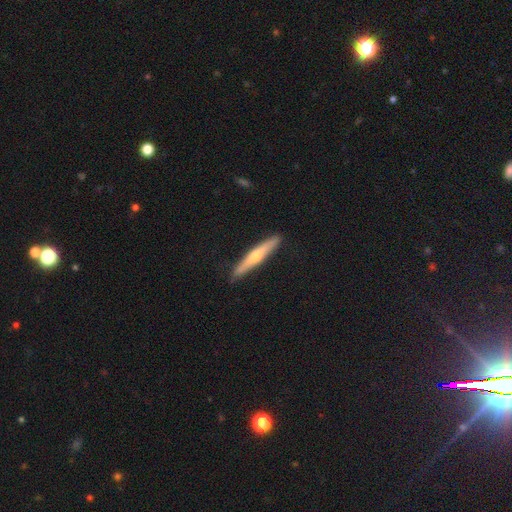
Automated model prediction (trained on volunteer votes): A featured or disk galaxy (54%) viewed edge-on (96%) with a rounded central bulge (82%).

Vote fractions:
- Smooth or featured? featured or disk: 54% / smooth: 41% / star or artifact: 5%
- Edge-on disk? yes: 96% / no: 4%
- Edge-on bulge? rounded: 82% / none: 15% / boxy: 4%
- Merging? none: 90% / minor disturbance: 8% / major disturbance: 1% / merger: 1%